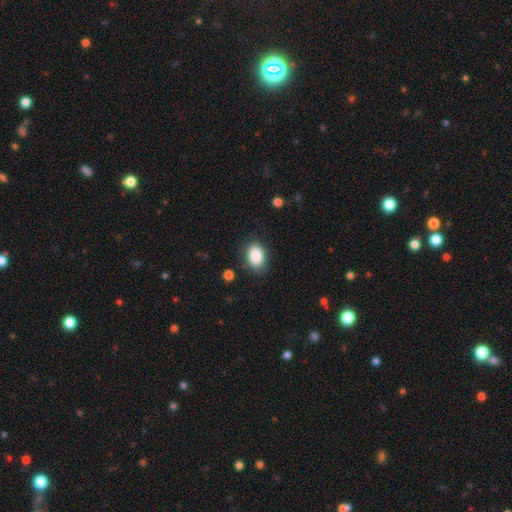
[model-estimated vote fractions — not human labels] A smooth galaxy with no disk features (88%) that is in between round and cigar-shaped (82%). Merging: none (81%).